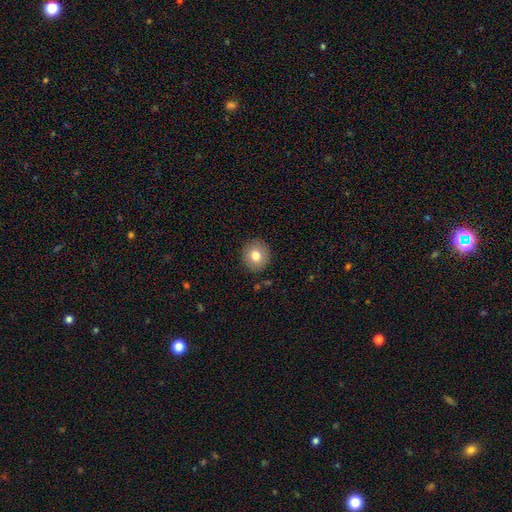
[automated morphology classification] Smooth or featured? smooth (77%)
How rounded? round (88%)
Merging? none (90%)